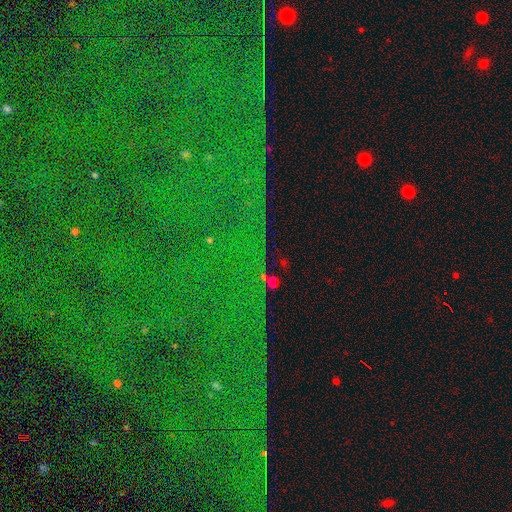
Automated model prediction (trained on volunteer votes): This appears to be a star or artifact, not a galaxy (86%).